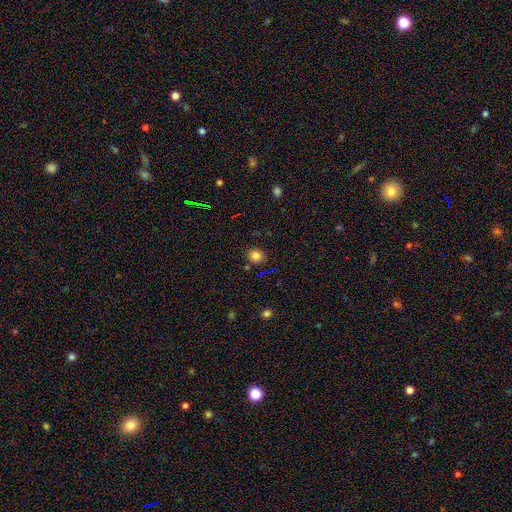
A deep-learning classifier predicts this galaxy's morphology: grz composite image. It shows a smooth galaxy with no disk features (81%) that is round (79%). Merging: none (84%).